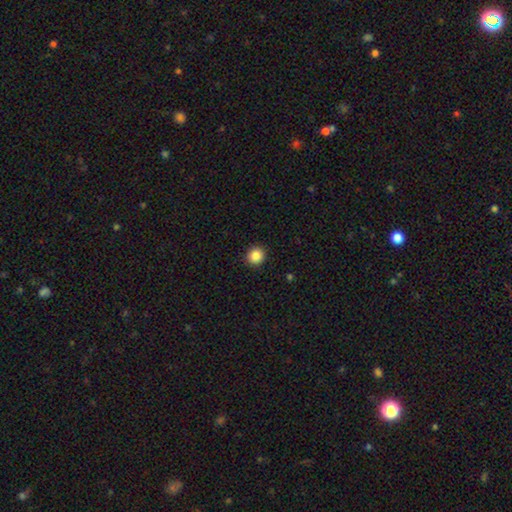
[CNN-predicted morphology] The model was most divided on "smooth or featured": smooth: 86%, star or artifact: 10%, featured or disk: 4%. More confident: merging — none (92%); how rounded — round (90%).